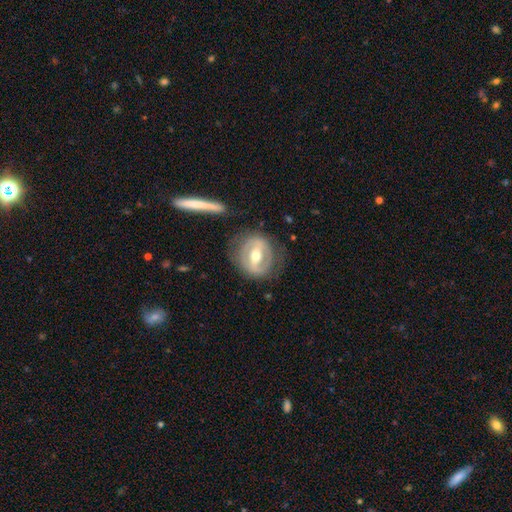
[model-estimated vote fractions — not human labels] Smooth or featured?
  - featured or disk: 71% *
  - smooth: 24%
  - star or artifact: 5%
Edge-on disk?
  - no: 93% *
  - yes: 7%
Bar?
  - strong: 55% *
  - weak: 29%
  - no: 15%
Spiral arms?
  - no: 54% *
  - yes: 46%
Bulge size?
  - moderate: 75% *
  - small: 13%
  - large: 10%
  - dominant: 1%
  - none: 1%
Merging?
  - none: 74% *
  - minor disturbance: 15%
  - major disturbance: 8%
  - merger: 3%